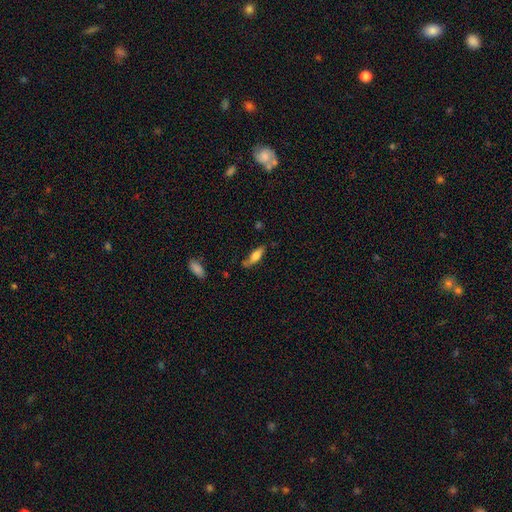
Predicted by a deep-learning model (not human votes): A smooth galaxy with no disk features (65%) that is cigar-shaped (50%).

Vote fractions:
- Smooth or featured? smooth: 65% / featured or disk: 28% / star or artifact: 7%
- How rounded? cigar-shaped: 50% / in between: 48% / round: 2%
- Merging? none: 63% / minor disturbance: 26% / major disturbance: 7% / merger: 4%